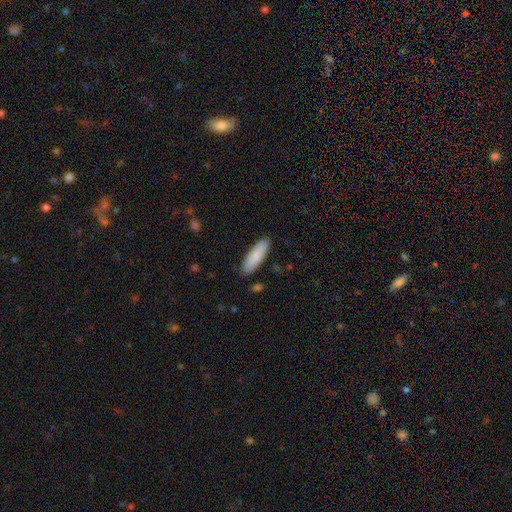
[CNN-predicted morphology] Smooth or featured?
  - smooth: 87% *
  - featured or disk: 8%
  - star or artifact: 5%
How rounded?
  - cigar-shaped: 53% *
  - in between: 46%
  - round: 1%
Merging?
  - none: 88% *
  - minor disturbance: 8%
  - major disturbance: 2%
  - merger: 1%